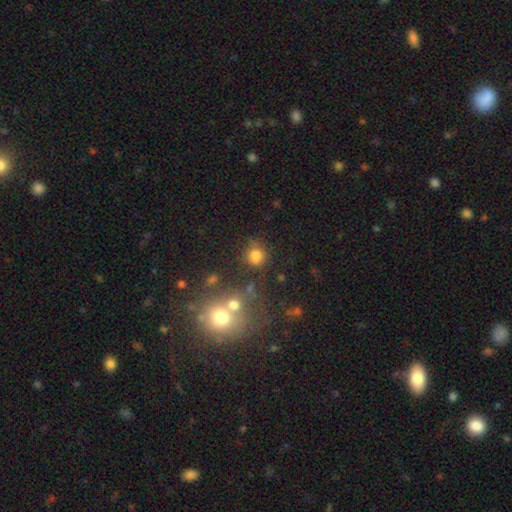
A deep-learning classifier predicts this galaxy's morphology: A smooth galaxy with no disk features (75%) that is round (82%).

Vote fractions:
- Smooth or featured? smooth: 75% / star or artifact: 16% / featured or disk: 9%
- How rounded? round: 82% / in between: 16% / cigar-shaped: 1%
- Merging? none: 61% / minor disturbance: 18% / merger: 14% / major disturbance: 8%